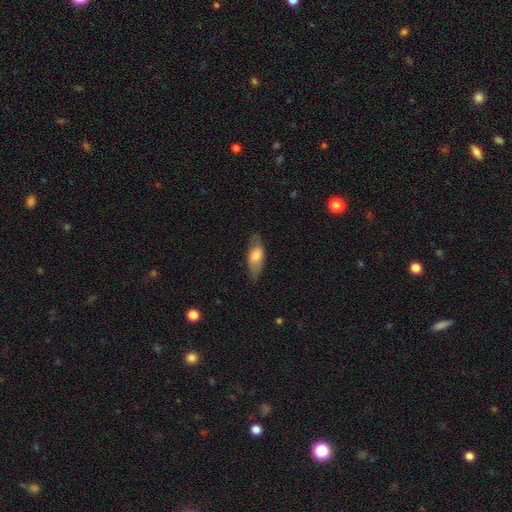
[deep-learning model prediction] Q: Smooth or featured?
A: smooth (66%); runner-up: featured or disk (28%)
Q: How rounded?
A: in between (72%); runner-up: cigar-shaped (25%)
Q: Merging?
A: none (74%); runner-up: minor disturbance (19%)